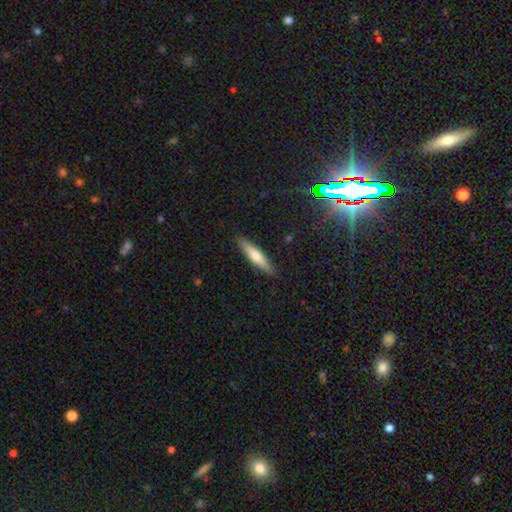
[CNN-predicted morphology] Overall: smooth (63%; featured or disk 31%). How rounded: cigar-shaped (82%). Merging: none (90%).